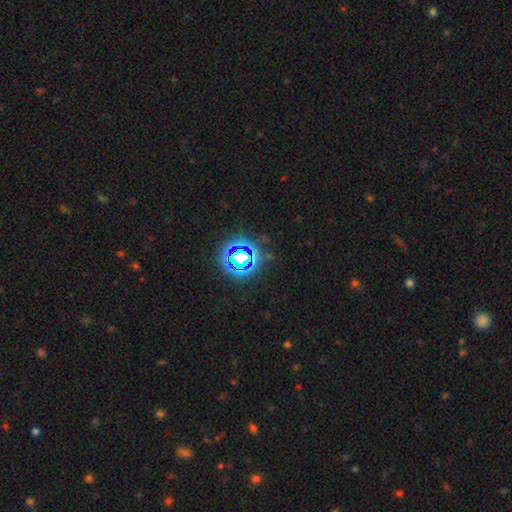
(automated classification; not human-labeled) Morphology: type=star or artifact (77%).